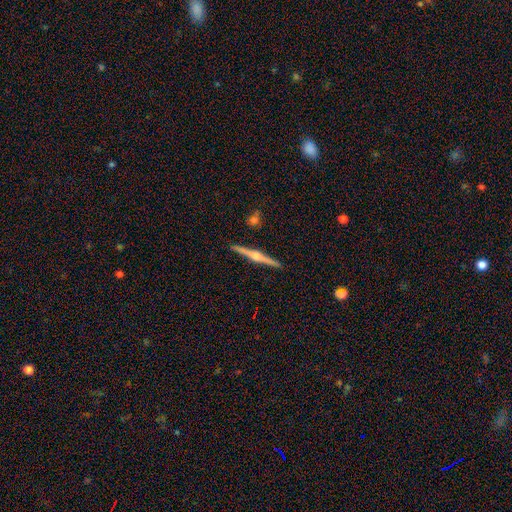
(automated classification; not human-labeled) Morphology: type=featured or disk (79%); edge-on=yes (98%); edge-on bulge=rounded (87%); merging=none (90%).